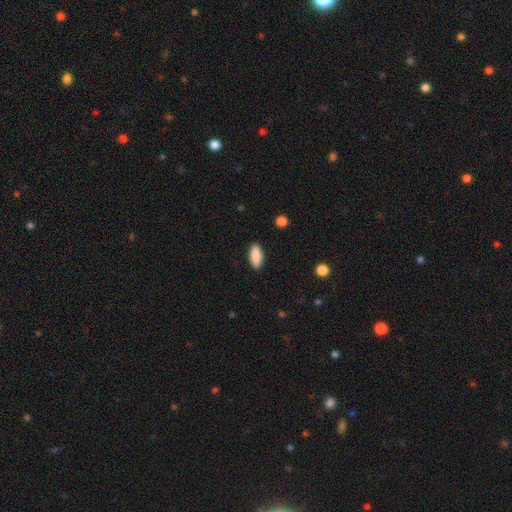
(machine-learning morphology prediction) Smooth or featured? Predicted: smooth (p=0.89). How rounded? Predicted: in between (p=0.80). Merging? Predicted: none (p=0.89).